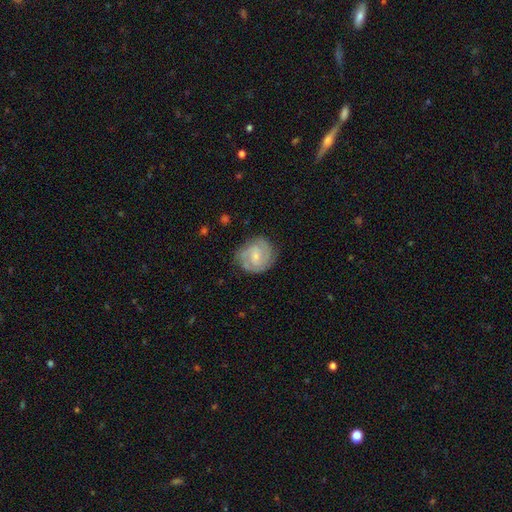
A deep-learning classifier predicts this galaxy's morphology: Smooth or featured? Predicted: featured or disk (p=0.79). Edge-on disk? Predicted: no (p=0.98). Bar? Predicted: weak (p=0.47). Spiral arms? Predicted: yes (p=0.96). Spiral winding? Predicted: tight (p=0.56). Spiral arm count? Predicted: 2 (p=0.56). Bulge size? Predicted: small (p=0.67). Merging? Predicted: none (p=0.77).